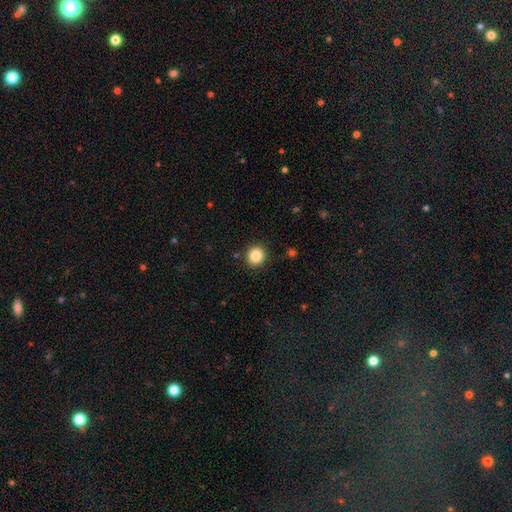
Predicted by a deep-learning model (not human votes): Smooth or featured? Predicted: smooth (p=0.85). How rounded? Predicted: round (p=0.90). Merging? Predicted: none (p=0.91).